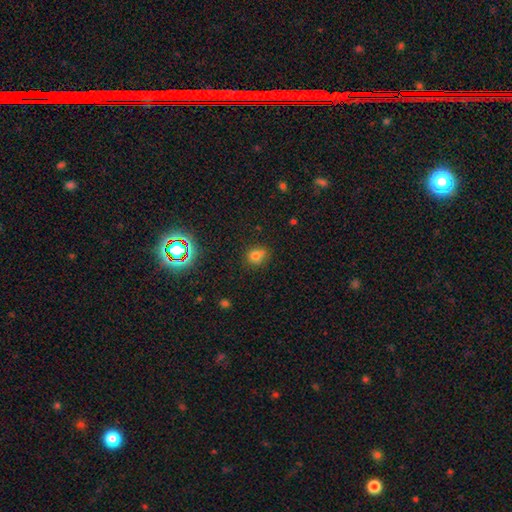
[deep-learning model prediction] Smooth or featured?
  - smooth: 72% *
  - star or artifact: 19%
  - featured or disk: 8%
How rounded?
  - round: 74% *
  - in between: 25%
  - cigar-shaped: 1%
Merging?
  - none: 66% *
  - minor disturbance: 19%
  - merger: 9%
  - major disturbance: 5%